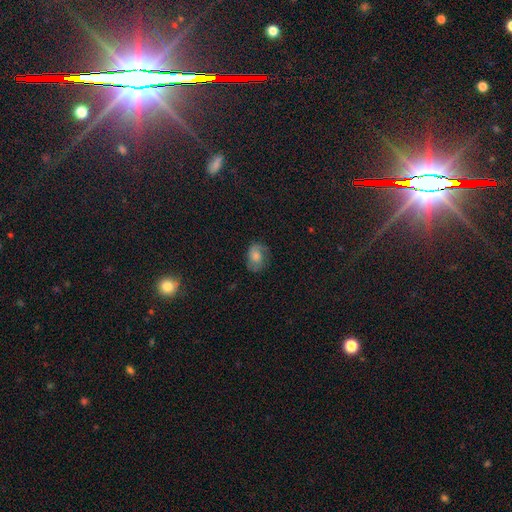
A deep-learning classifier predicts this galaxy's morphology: Smooth or featured: smooth — 58% (featured or disk — 31%)
How rounded: in between — 70% (round — 29%)
Merging: none — 63% (minor disturbance — 24%)